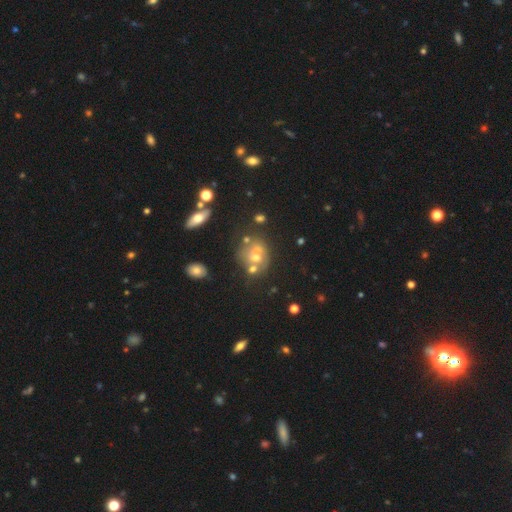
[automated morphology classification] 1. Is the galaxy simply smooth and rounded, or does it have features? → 43% smooth, 34% featured or disk, 23% star or artifact.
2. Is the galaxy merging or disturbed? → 43% none, 33% merger, 15% minor disturbance, 9% major disturbance.